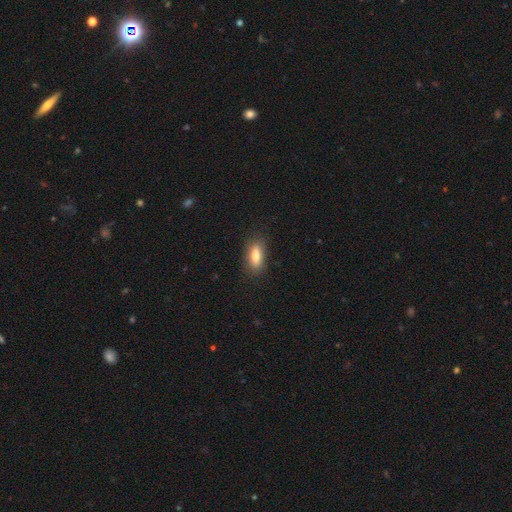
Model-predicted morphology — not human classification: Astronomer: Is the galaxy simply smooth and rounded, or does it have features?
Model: smooth — 78%.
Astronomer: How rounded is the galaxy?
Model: in between — 70%.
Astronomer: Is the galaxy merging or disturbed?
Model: none — 83%.